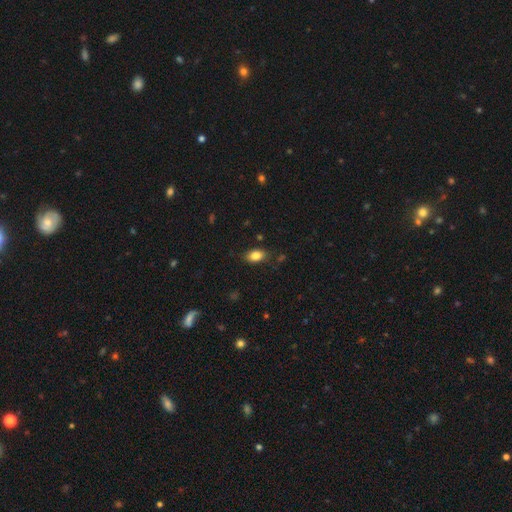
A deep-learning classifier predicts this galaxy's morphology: A smooth galaxy with no disk features (84%) that is in between round and cigar-shaped (87%). Merging: none (82%).